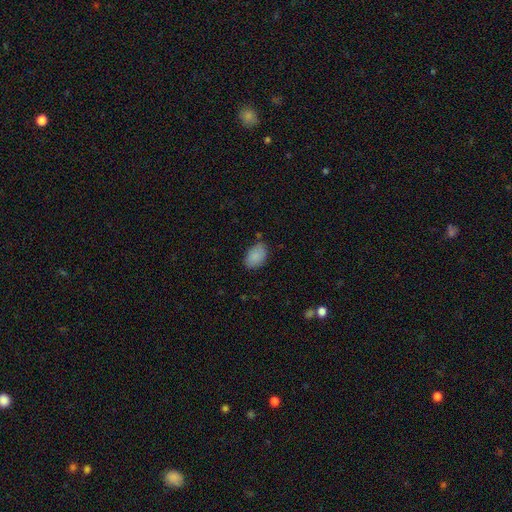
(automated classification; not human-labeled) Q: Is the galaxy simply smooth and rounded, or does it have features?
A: smooth — 88%.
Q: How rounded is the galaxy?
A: in between — 89%.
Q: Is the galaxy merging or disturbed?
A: none — 78%.